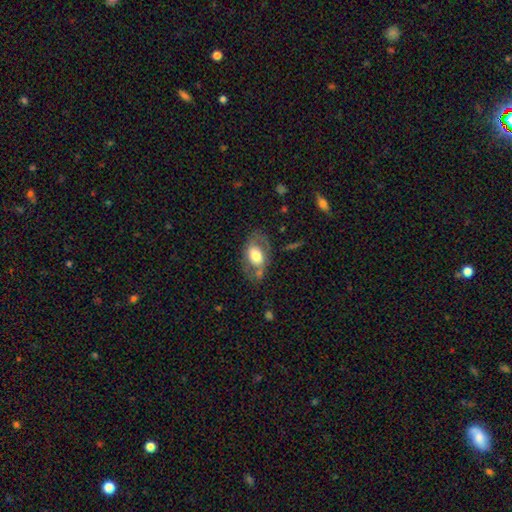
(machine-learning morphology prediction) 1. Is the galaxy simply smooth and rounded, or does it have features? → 52% smooth, 41% featured or disk, 7% star or artifact.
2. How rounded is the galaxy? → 85% in between, 14% round, 2% cigar-shaped.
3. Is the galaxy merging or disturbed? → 56% none, 24% minor disturbance, 14% major disturbance, 6% merger.